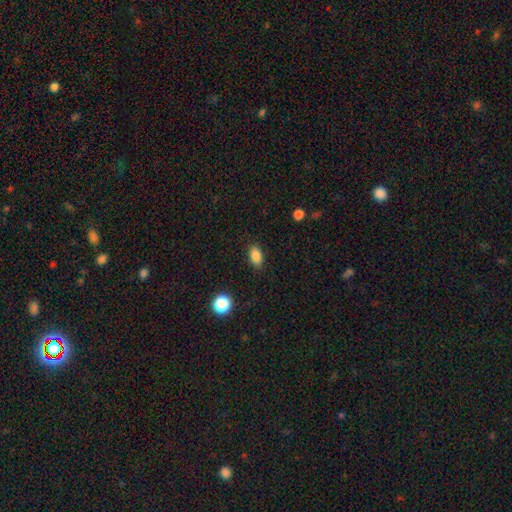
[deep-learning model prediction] smooth 86%, star or artifact 9%, featured or disk 5%. Down the decision tree: how rounded — in between (89%); merging — none (87%).